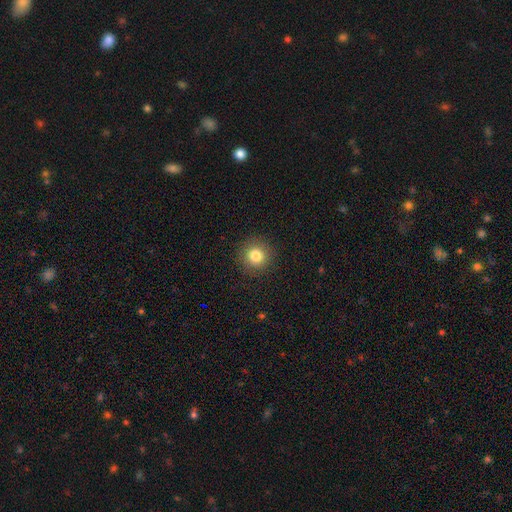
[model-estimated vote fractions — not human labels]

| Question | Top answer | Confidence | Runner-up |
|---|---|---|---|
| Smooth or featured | smooth | 81% | star or artifact (12%) |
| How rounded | round | 95% | in between (4%) |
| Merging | none | 91% | minor disturbance (6%) |